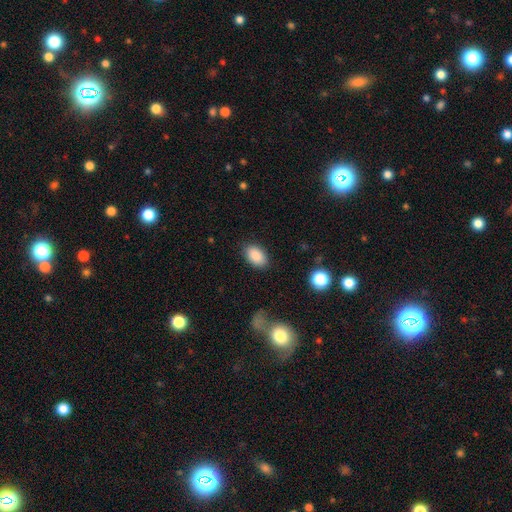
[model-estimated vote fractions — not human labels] A smooth galaxy with no disk features (89%) that is in between round and cigar-shaped (91%).

Vote fractions:
- Smooth or featured? smooth: 89% / star or artifact: 7% / featured or disk: 4%
- How rounded? in between: 91% / round: 7% / cigar-shaped: 1%
- Merging? none: 85% / minor disturbance: 10% / major disturbance: 3% / merger: 1%